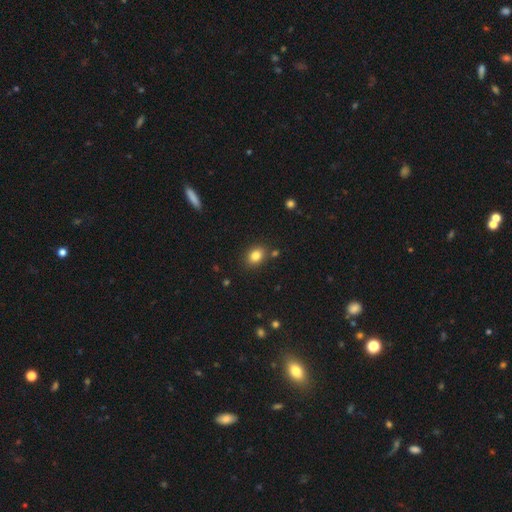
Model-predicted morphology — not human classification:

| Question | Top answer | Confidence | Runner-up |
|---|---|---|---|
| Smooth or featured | smooth | 83% | star or artifact (10%) |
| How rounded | in between | 64% | round (35%) |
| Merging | none | 83% | minor disturbance (10%) |